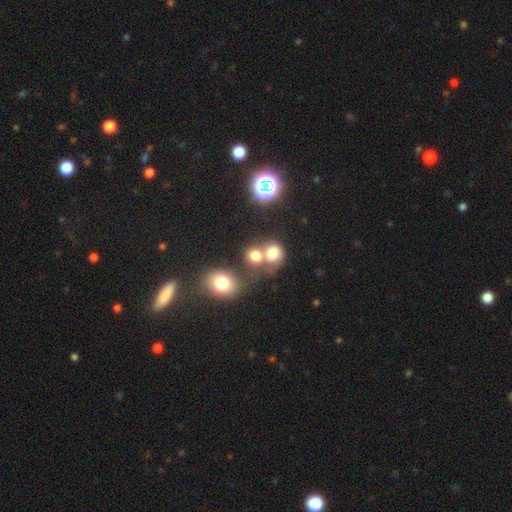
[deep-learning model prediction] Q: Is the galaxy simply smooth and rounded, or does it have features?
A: smooth — 72%.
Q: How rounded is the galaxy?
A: round — 70%.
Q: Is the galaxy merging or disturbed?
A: merger — 52%.